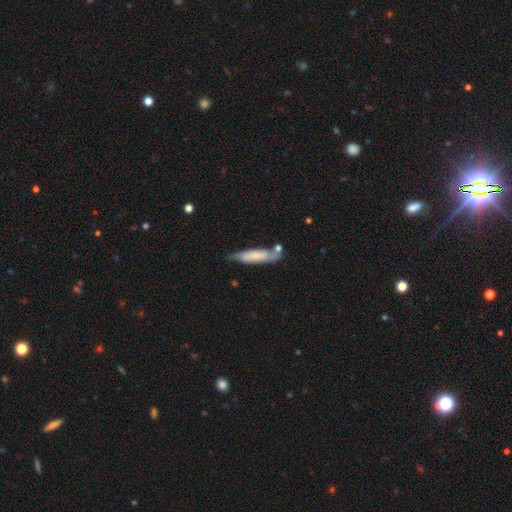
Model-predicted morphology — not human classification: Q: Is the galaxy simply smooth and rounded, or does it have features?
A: smooth — 62%.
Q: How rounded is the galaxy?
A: cigar-shaped — 79%.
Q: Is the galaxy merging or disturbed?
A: none — 59%.